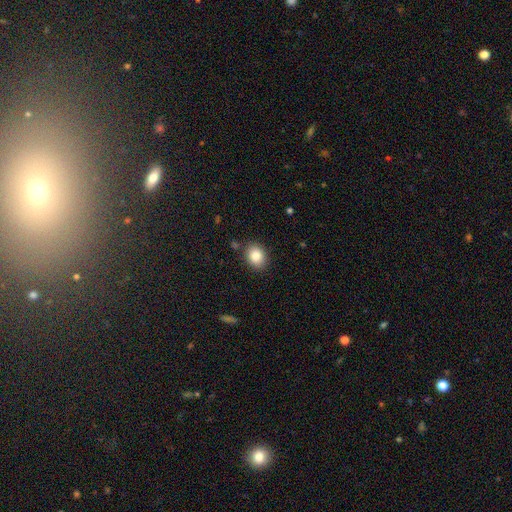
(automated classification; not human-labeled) Q: Smooth or featured?
A: smooth (85%); runner-up: star or artifact (9%)
Q: How rounded?
A: in between (57%); runner-up: round (42%)
Q: Merging?
A: none (85%); runner-up: minor disturbance (10%)